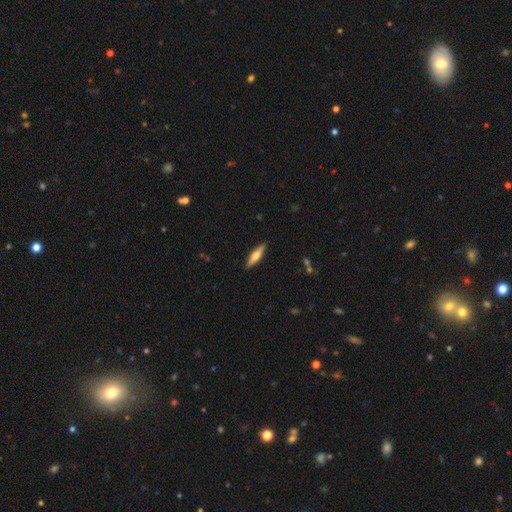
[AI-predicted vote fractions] The model was most divided on "smooth or featured": featured or disk: 48%, smooth: 46%, star or artifact: 6%. More confident: merging — none (90%).